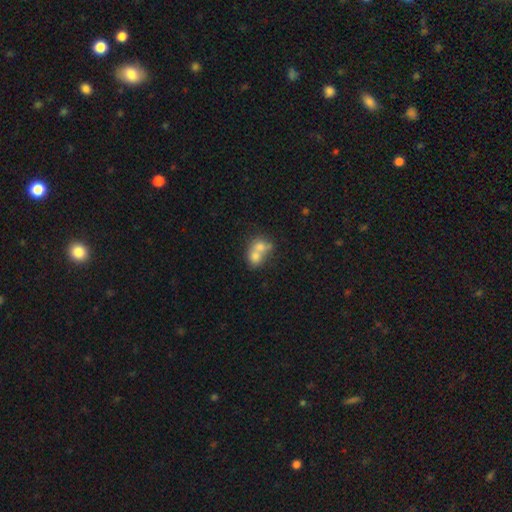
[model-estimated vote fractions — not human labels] Smooth or featured? smooth (69%)
How rounded? round (55%)
Merging? merger (73%)